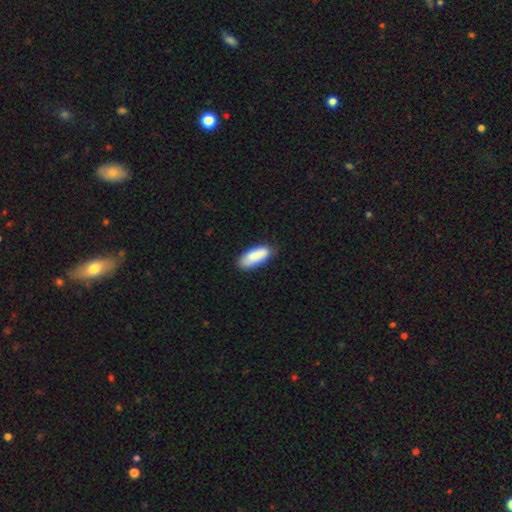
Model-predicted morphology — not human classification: Smooth or featured?
  - smooth: 87% *
  - featured or disk: 7%
  - star or artifact: 6%
How rounded?
  - in between: 79% *
  - cigar-shaped: 20%
  - round: 2%
Merging?
  - none: 78% *
  - minor disturbance: 17%
  - major disturbance: 3%
  - merger: 1%